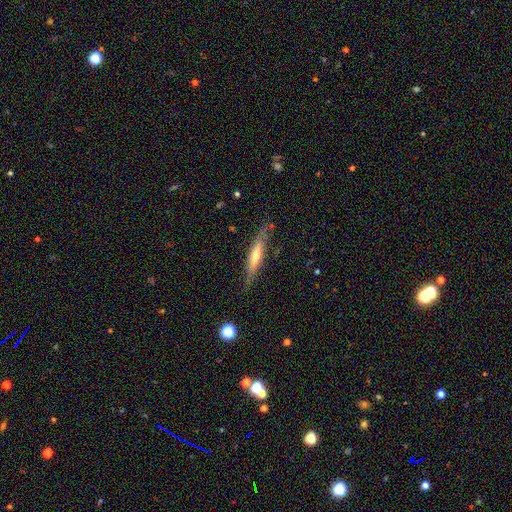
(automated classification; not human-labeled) A featured or disk galaxy (56%) viewed edge-on (89%). Merging: none (80%).